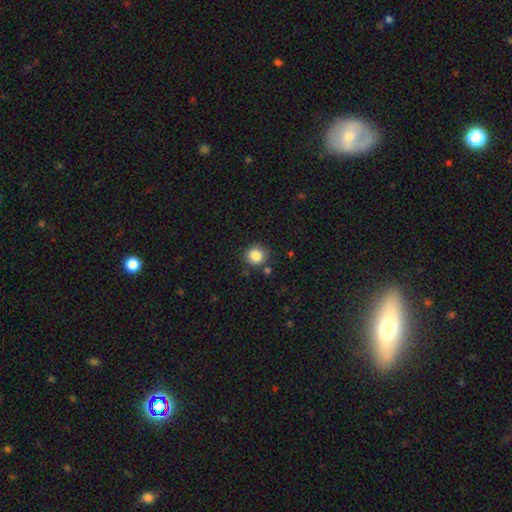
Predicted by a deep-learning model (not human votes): This appears to be a smooth galaxy with no disk features (85%) that is round (90%). Merging: none (83%).